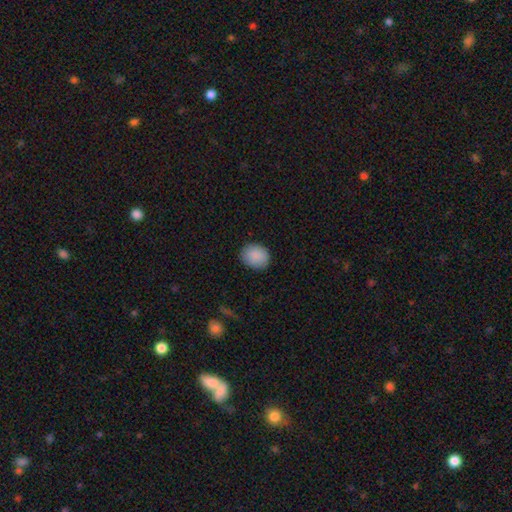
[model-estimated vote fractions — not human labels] A smooth galaxy with no disk features (89%) that is round (62%).

Vote fractions:
- Smooth or featured? smooth: 89% / star or artifact: 7% / featured or disk: 4%
- How rounded? round: 62% / in between: 37% / cigar-shaped: 1%
- Merging? none: 88% / minor disturbance: 9% / major disturbance: 2% / merger: 1%